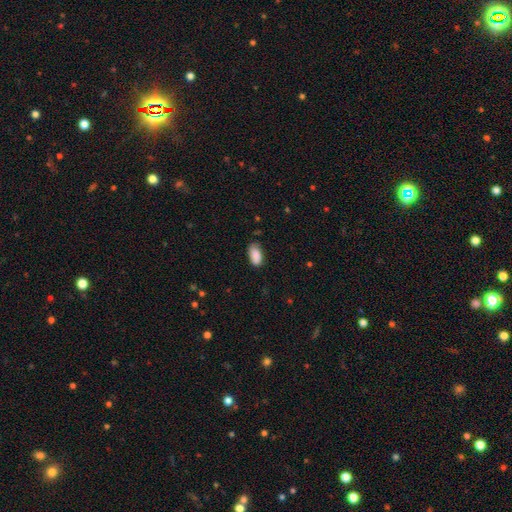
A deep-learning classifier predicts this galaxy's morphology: Smooth or featured? Predicted: smooth (p=0.89). How rounded? Predicted: in between (p=0.94). Merging? Predicted: none (p=0.76).